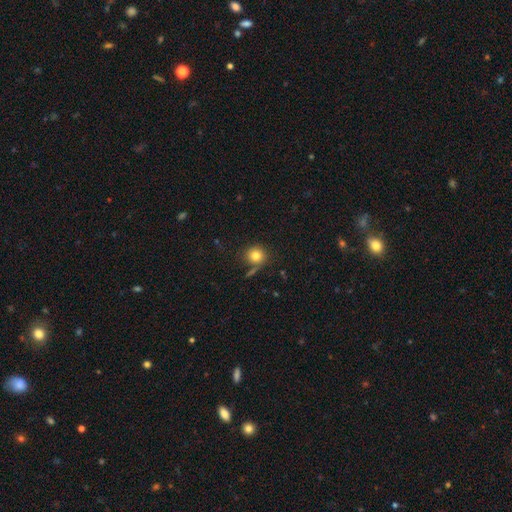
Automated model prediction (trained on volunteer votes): Morphology: type=smooth (80%); roundness=round (87%); merging=none (74%).